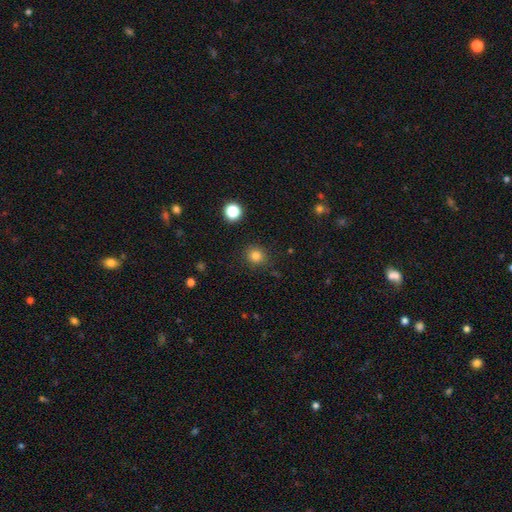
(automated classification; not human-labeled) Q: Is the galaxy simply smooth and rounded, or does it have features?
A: smooth — 81%.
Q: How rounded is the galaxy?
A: round — 89%.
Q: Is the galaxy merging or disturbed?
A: none — 89%.